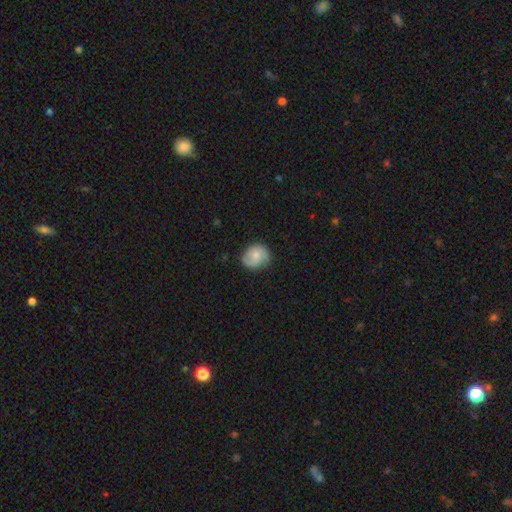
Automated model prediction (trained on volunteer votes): This is possibly a smooth galaxy (59%). How rounded: likely round (68%). Merging: likely none (69%).